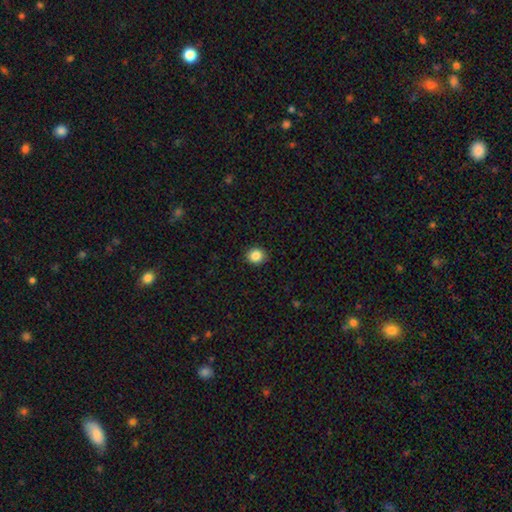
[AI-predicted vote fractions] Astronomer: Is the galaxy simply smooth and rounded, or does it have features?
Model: smooth — 86%.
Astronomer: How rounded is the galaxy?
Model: round — 78%.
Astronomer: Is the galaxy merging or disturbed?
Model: none — 91%.